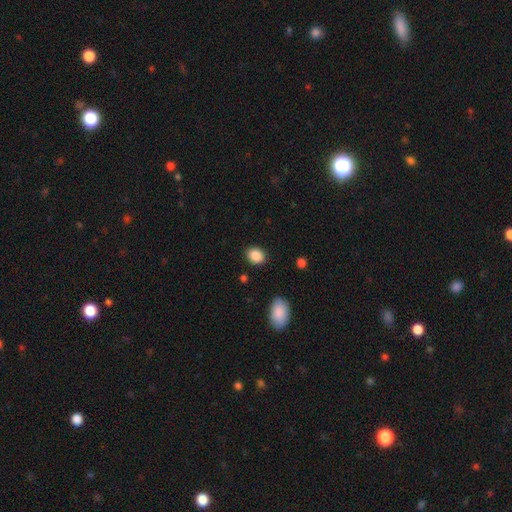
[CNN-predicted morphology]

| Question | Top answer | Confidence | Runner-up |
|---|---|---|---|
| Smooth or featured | smooth | 88% | star or artifact (8%) |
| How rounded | in between | 58% | round (41%) |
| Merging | none | 87% | minor disturbance (9%) |